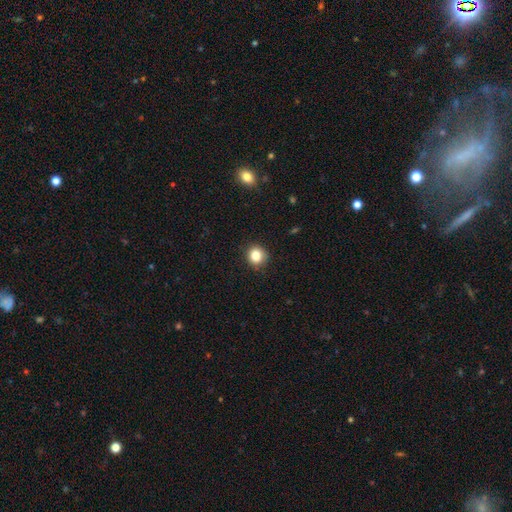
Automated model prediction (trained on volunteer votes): A smooth galaxy with no disk features (85%) that is round (85%). Merging: none (88%).